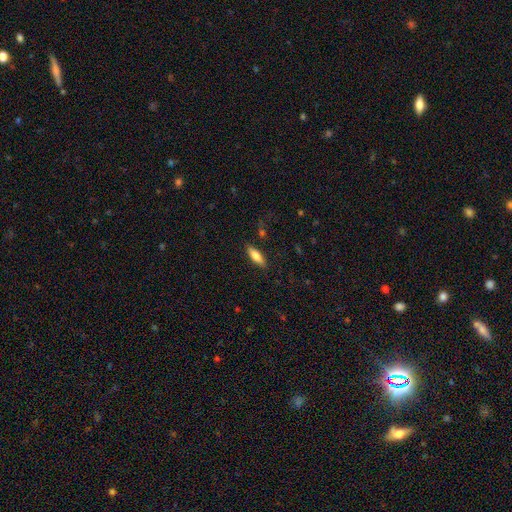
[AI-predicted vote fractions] This is likely a smooth galaxy (78%). How rounded: possibly in between (59%). Merging: clearly none (86%).